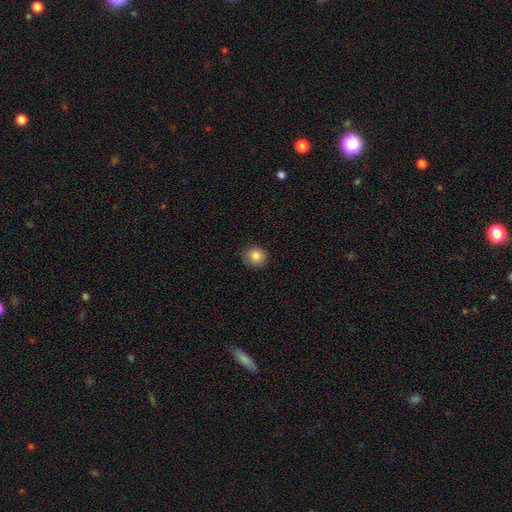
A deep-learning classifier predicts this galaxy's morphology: smooth-or-featured: smooth: 85% | star or artifact: 10% | featured or disk: 5%
  how-rounded: round: 85% | in between: 14% | cigar-shaped: 1%
  merging: none: 89% | minor disturbance: 8% | major disturbance: 2% | merger: 1%